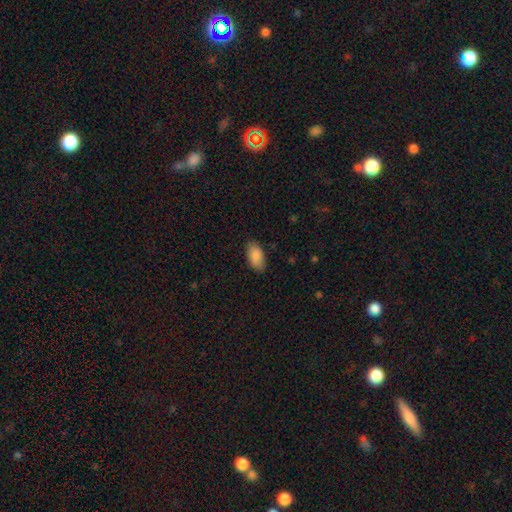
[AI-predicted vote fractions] smooth 89%, star or artifact 6%, featured or disk 5%. Down the decision tree: how rounded — in between (94%); merging — none (84%).